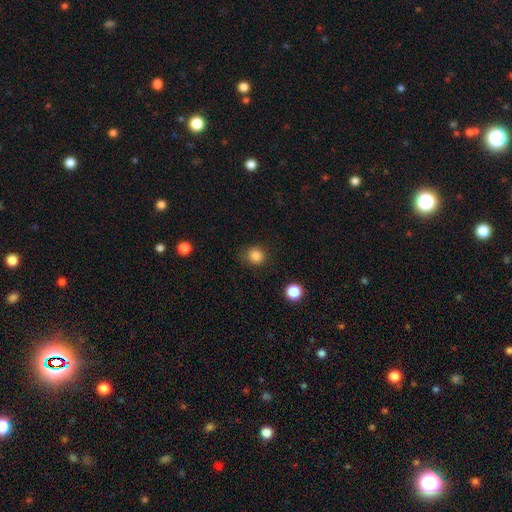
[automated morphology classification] Overall: smooth (85%). How rounded: round (86%). Merging: none (83%).